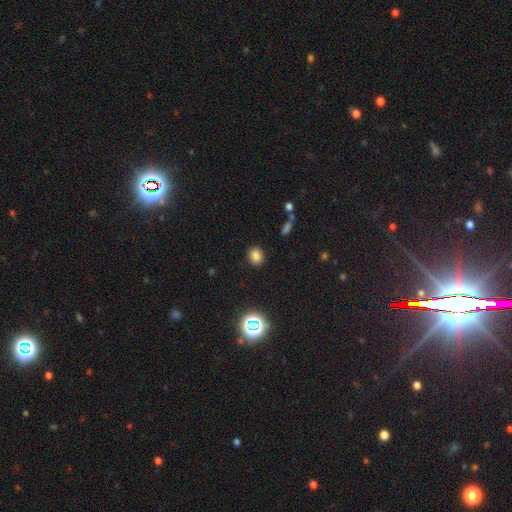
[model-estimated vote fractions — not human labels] This appears to be a smooth galaxy with no disk features (79%) that is round (56%). Merging: none (88%).